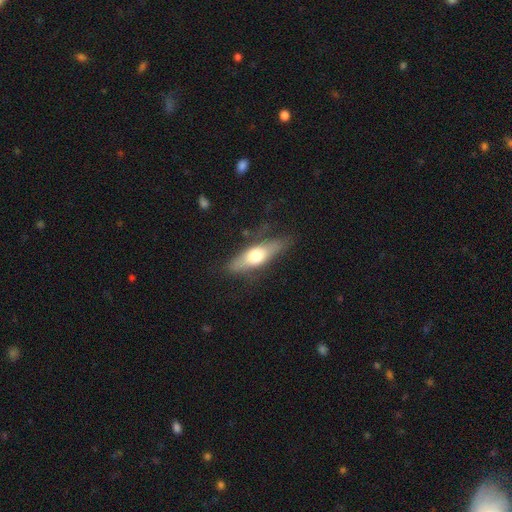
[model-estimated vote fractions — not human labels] Smooth or featured? smooth (54%)
How rounded? cigar-shaped (50%)
Merging? none (75%)